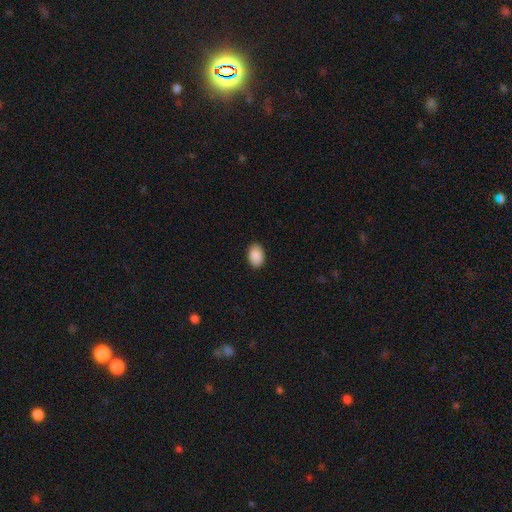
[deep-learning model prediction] This is clearly a smooth galaxy (91%). How rounded: clearly in between (87%). Merging: clearly none (89%).